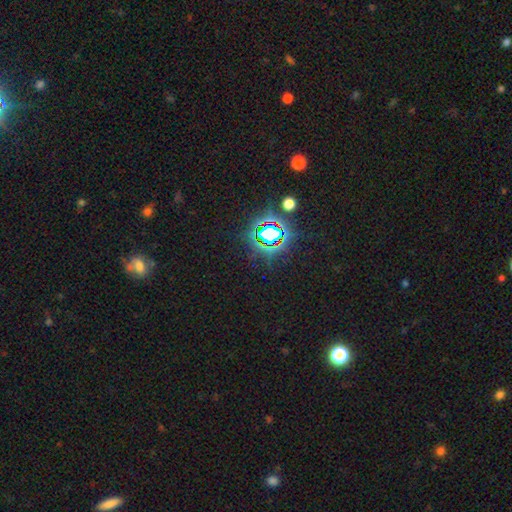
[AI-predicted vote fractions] A star or artifact, not a galaxy (81%).